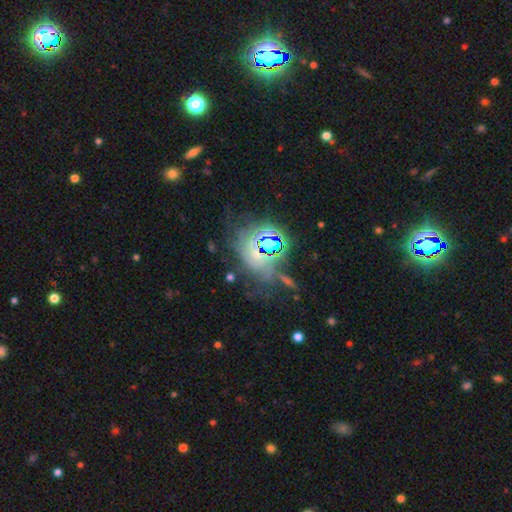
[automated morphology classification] Smooth or featured?
  - star or artifact: 46% *
  - featured or disk: 31%
  - smooth: 23%